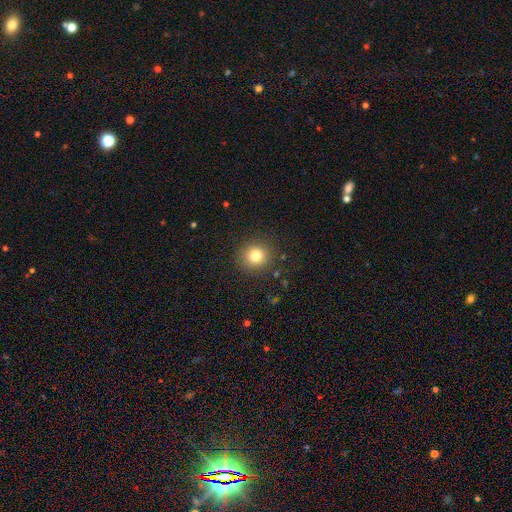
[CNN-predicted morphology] This is likely a smooth galaxy (79%). How rounded: clearly round (91%). Merging: clearly none (89%).